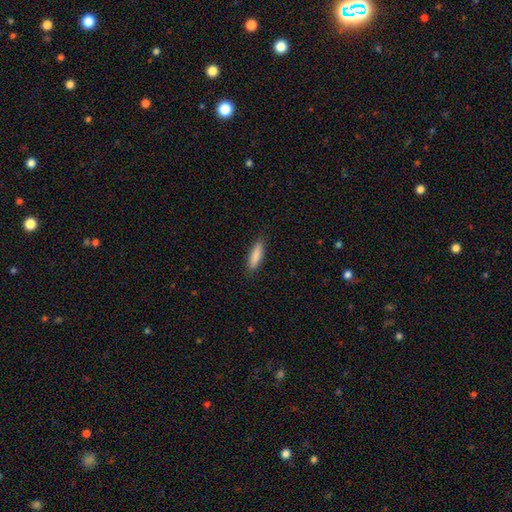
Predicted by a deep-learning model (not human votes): Smooth or featured? Predicted: smooth (p=0.87). How rounded? Predicted: cigar-shaped (p=0.67). Merging? Predicted: none (p=0.87).